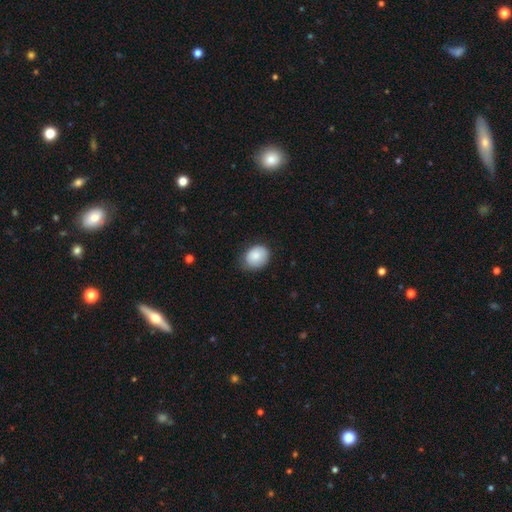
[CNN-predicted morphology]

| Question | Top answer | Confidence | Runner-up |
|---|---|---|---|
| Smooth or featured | smooth | 85% | featured or disk (8%) |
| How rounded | in between | 52% | round (47%) |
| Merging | none | 70% | minor disturbance (24%) |